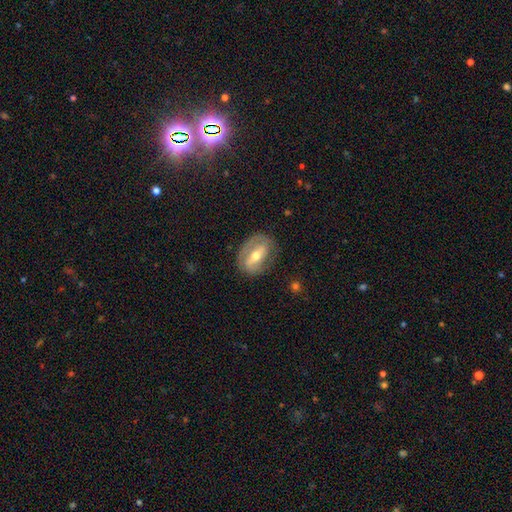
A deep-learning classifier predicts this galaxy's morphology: Smooth or featured: featured or disk — 66% (smooth — 28%)
Edge-on disk: no — 90% (yes — 10%)
Bar: strong — 49% (weak — 30%)
Spiral arms: yes — 55% (no — 45%)
Bulge size: moderate — 68% (small — 25%)
Merging: none — 73% (minor disturbance — 18%)